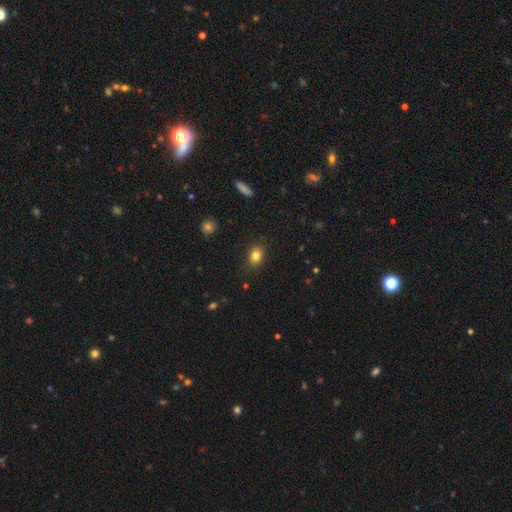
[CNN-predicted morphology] A smooth galaxy with no disk features (83%) that is in between round and cigar-shaped (62%). Merging: none (86%).